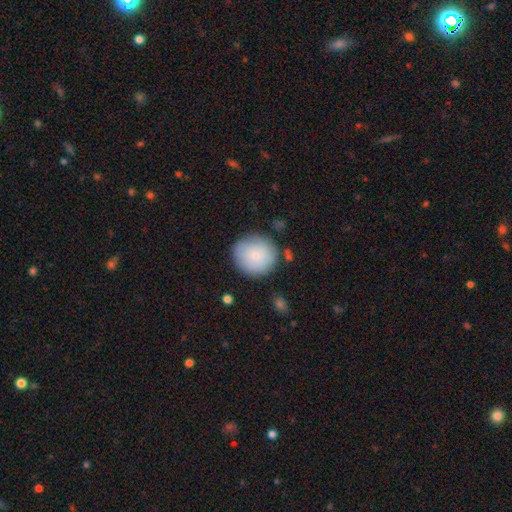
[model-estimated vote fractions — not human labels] smooth-or-featured: smooth: 81% | featured or disk: 12% | star or artifact: 6%
  how-rounded: round: 93% | in between: 6% | cigar-shaped: 1%
  merging: none: 81% | minor disturbance: 12% | major disturbance: 3% | merger: 3%